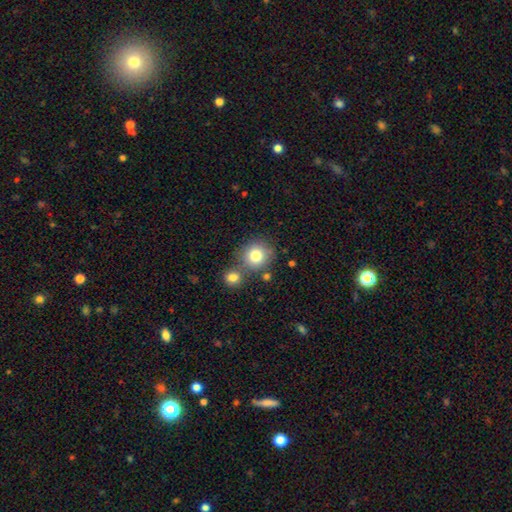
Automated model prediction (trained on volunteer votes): smooth_or_featured: smooth (p=0.79) [alt: star or artifact p=0.11]
how_rounded: round (p=0.89) [alt: in between p=0.11]
merging: none (p=0.64) [alt: merger p=0.23]